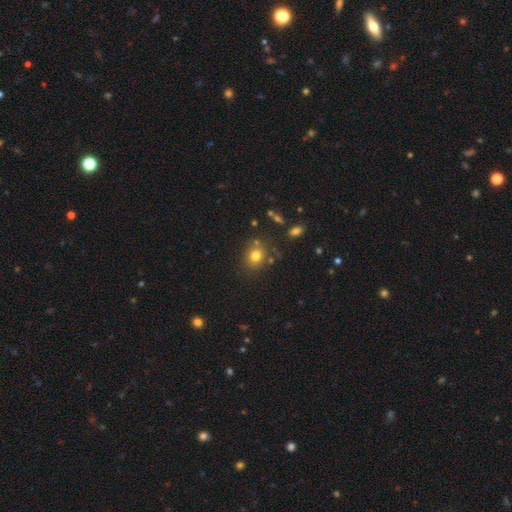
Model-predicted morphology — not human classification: smooth_or_featured: smooth (p=0.76) [alt: star or artifact p=0.14]
how_rounded: round (p=0.69) [alt: in between p=0.30]
merging: none (p=0.75) [alt: minor disturbance p=0.12]